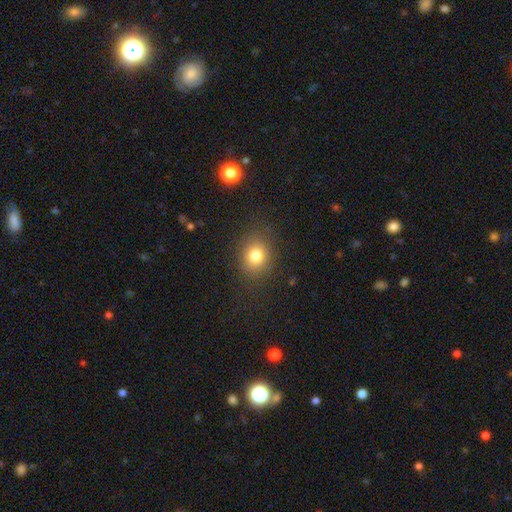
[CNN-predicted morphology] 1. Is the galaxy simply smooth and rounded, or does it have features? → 79% smooth, 13% star or artifact, 8% featured or disk.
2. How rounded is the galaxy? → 66% round, 33% in between, 1% cigar-shaped.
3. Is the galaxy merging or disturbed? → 84% none, 10% minor disturbance, 4% major disturbance, 1% merger.